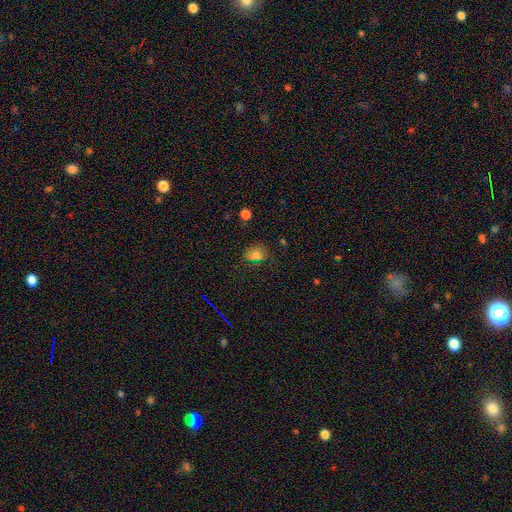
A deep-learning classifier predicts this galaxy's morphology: This is likely a smooth galaxy (68%). How rounded: possibly in between (54%). Merging: likely none (65%).